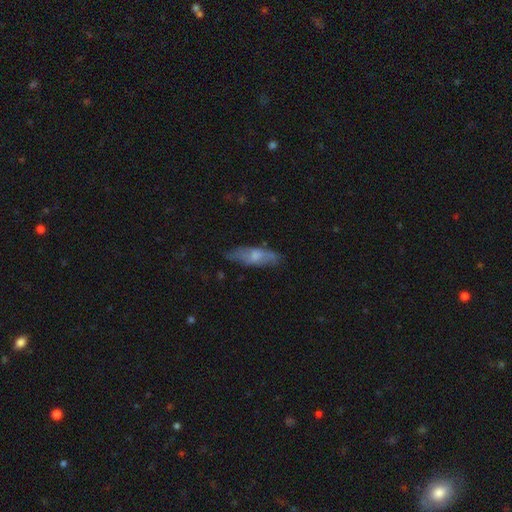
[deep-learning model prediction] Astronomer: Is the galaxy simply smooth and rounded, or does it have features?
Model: smooth — 58% (runner-up: featured or disk, 35%).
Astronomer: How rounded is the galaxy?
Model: in between — 52% (runner-up: cigar-shaped, 46%).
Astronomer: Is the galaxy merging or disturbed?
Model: none — 72%.